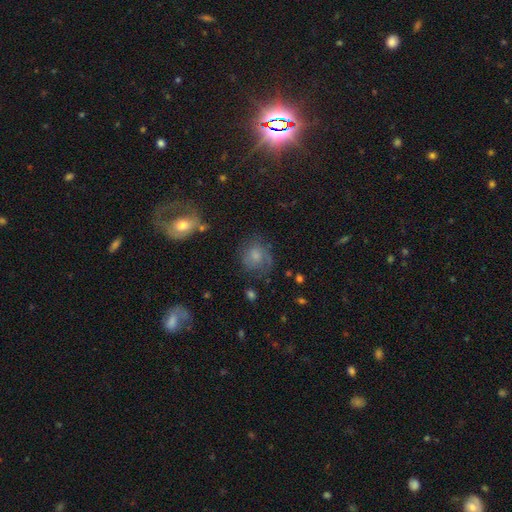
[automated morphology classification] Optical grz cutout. It shows a smooth galaxy with no disk features (59%) that is round (68%). Merging: none (57%).